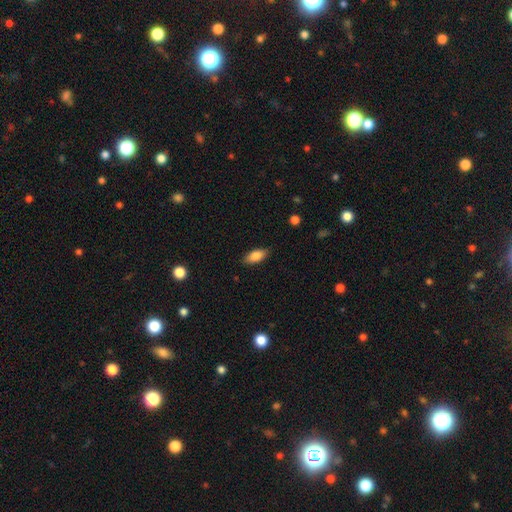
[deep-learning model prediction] Smooth or featured?
  - smooth: 83% *
  - featured or disk: 10%
  - star or artifact: 7%
How rounded?
  - in between: 85% *
  - cigar-shaped: 13%
  - round: 3%
Merging?
  - none: 86% *
  - minor disturbance: 11%
  - major disturbance: 2%
  - merger: 1%